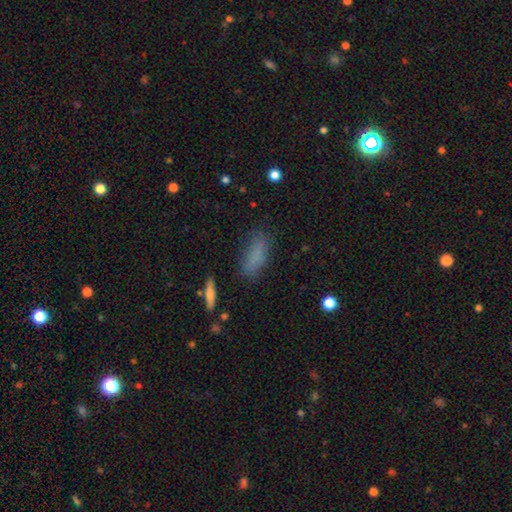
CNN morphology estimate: smooth 79%, star or artifact 12%, featured or disk 9%. Down the decision tree: how rounded — in between (60%); merging — none (75%).